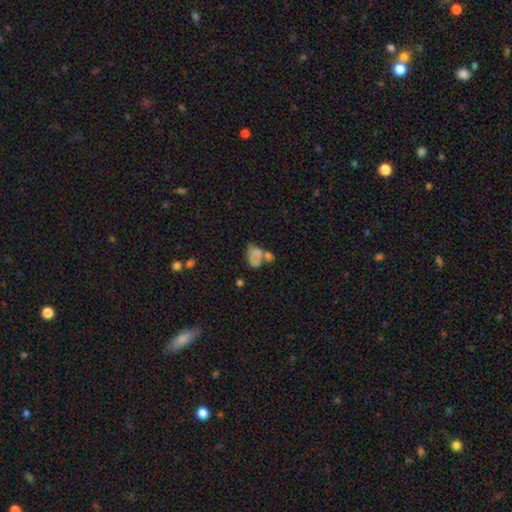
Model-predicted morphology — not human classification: Q: Smooth or featured?
A: smooth (62%); runner-up: featured or disk (26%)
Q: How rounded?
A: in between (82%); runner-up: round (17%)
Q: Merging?
A: merger (45%); runner-up: none (21%)